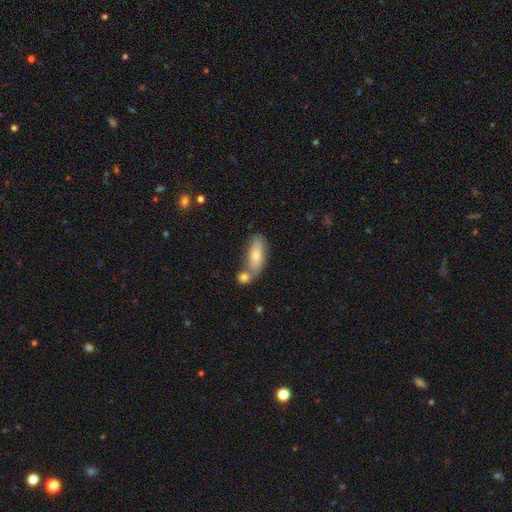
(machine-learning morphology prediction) type=smooth (64%); roundness=in between (75%); merging=none (49%).